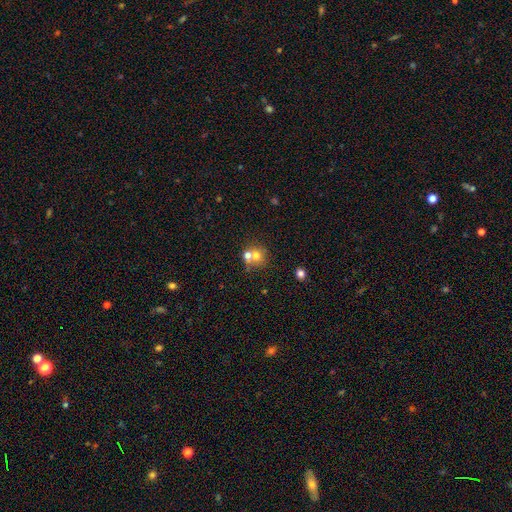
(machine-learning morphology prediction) A smooth galaxy with no disk features (66%) that is round (81%).

Vote fractions:
- Smooth or featured? smooth: 66% / featured or disk: 20% / star or artifact: 14%
- How rounded? round: 81% / in between: 18% / cigar-shaped: 1%
- Merging? merger: 51% / none: 39% / minor disturbance: 7% / major disturbance: 3%